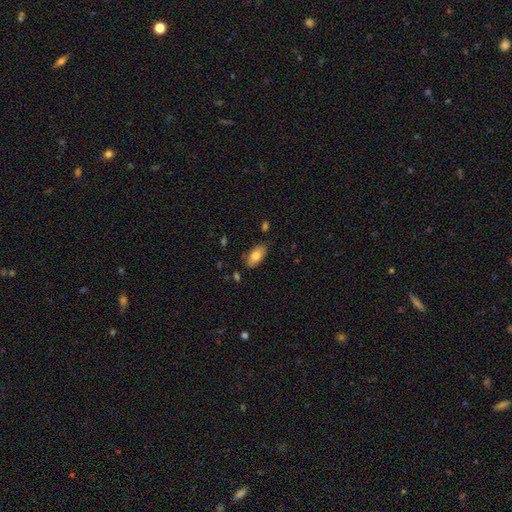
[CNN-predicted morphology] Smooth or featured: smooth — 80% (featured or disk — 14%)
How rounded: in between — 93% (cigar-shaped — 4%)
Merging: none — 78% (minor disturbance — 17%)